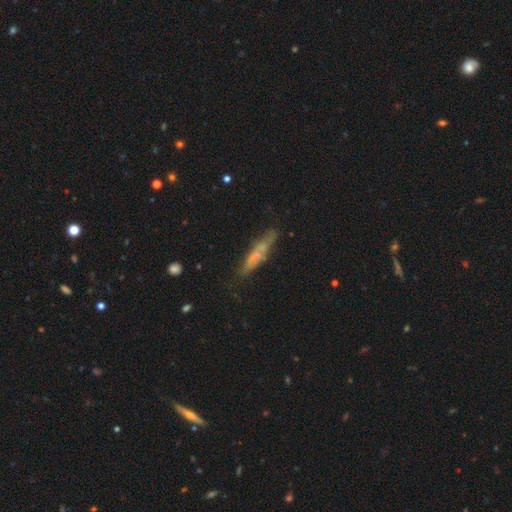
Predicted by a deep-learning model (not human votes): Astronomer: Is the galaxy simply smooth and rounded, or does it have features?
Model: smooth — 49% (runner-up: featured or disk, 39%).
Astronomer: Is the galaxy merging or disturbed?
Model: none — 72%.